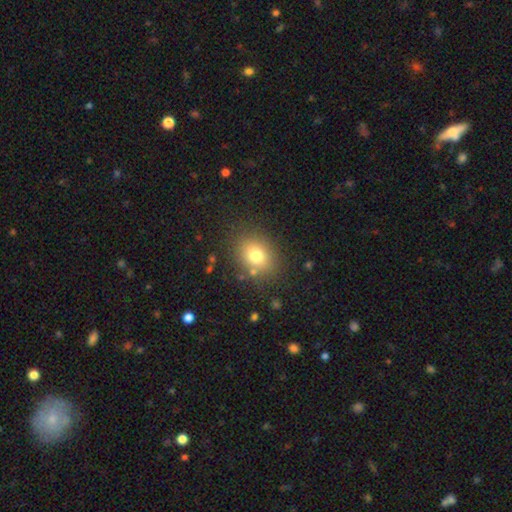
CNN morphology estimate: Overall: smooth (76%). How rounded: round (50%; in between 49%). Merging: none (82%).